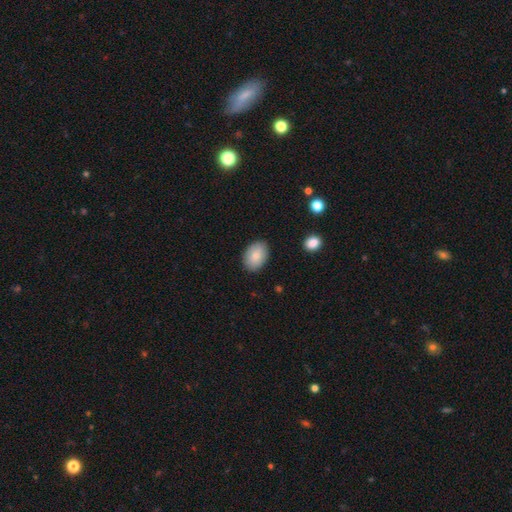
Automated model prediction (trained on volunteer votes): Overall: smooth (85%). How rounded: in between (84%). Merging: none (86%).